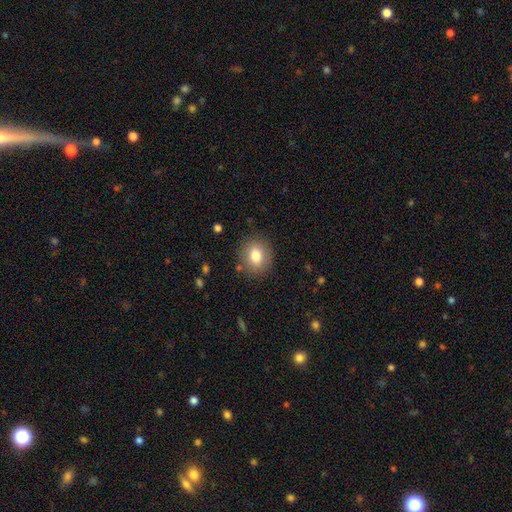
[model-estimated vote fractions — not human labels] Morphology: type=smooth (80%); roundness=round (63%); merging=none (86%).